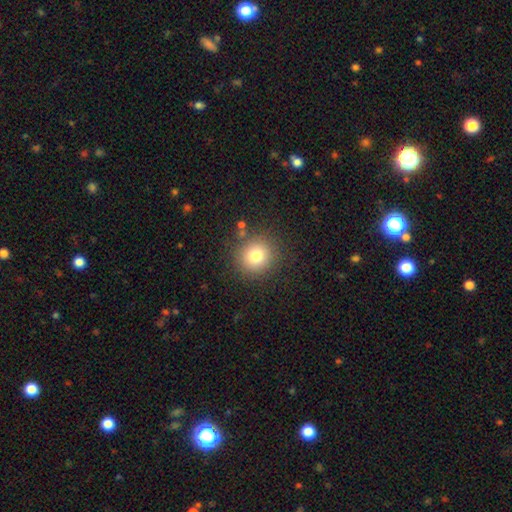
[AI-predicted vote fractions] Smooth or featured?
  - smooth: 78% *
  - star or artifact: 13%
  - featured or disk: 9%
How rounded?
  - round: 91% *
  - in between: 8%
  - cigar-shaped: 1%
Merging?
  - none: 86% *
  - minor disturbance: 8%
  - major disturbance: 3%
  - merger: 3%